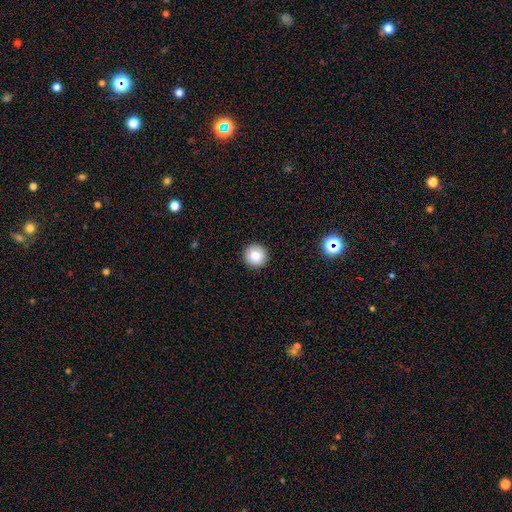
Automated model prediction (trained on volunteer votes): A smooth galaxy with no disk features (84%) that is round (95%). Merging: none (93%).